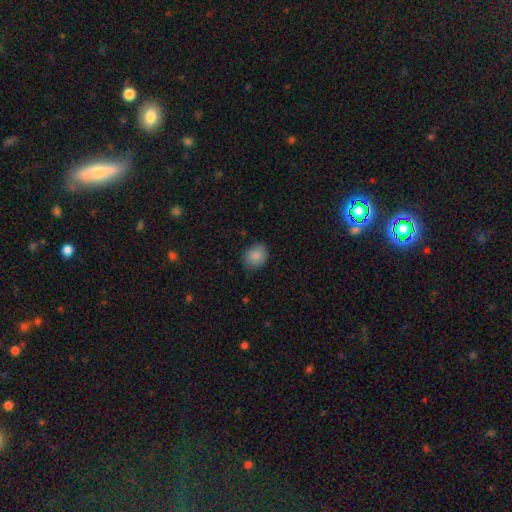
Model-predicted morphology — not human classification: Smooth or featured?
  - smooth: 88% *
  - star or artifact: 8%
  - featured or disk: 5%
How rounded?
  - round: 55% *
  - in between: 45%
  - cigar-shaped: 1%
Merging?
  - none: 81% *
  - minor disturbance: 15%
  - major disturbance: 3%
  - merger: 1%